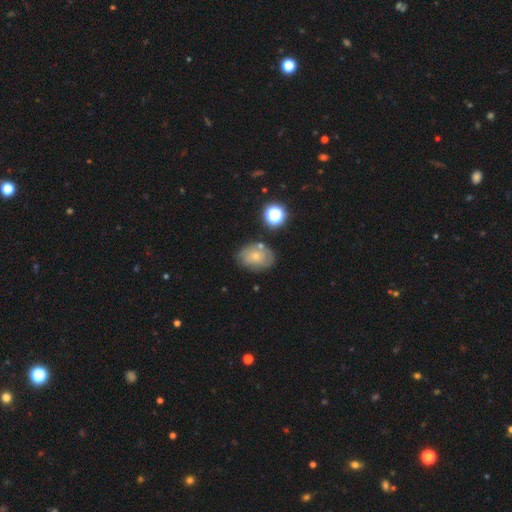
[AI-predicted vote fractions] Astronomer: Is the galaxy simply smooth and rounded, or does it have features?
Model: smooth — 57% (runner-up: featured or disk, 32%).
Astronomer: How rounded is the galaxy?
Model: in between — 67%.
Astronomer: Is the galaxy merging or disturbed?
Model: none — 65%.